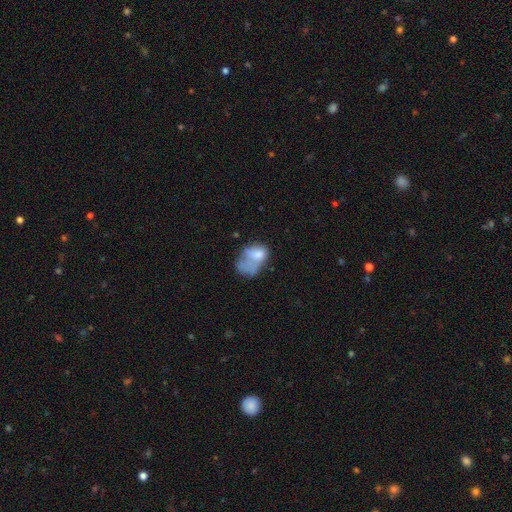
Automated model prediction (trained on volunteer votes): Smooth or featured?
  - smooth: 62% *
  - featured or disk: 28%
  - star or artifact: 10%
How rounded?
  - in between: 76% *
  - round: 22%
  - cigar-shaped: 1%
Merging?
  - major disturbance: 40% *
  - merger: 22%
  - minor disturbance: 20%
  - none: 18%